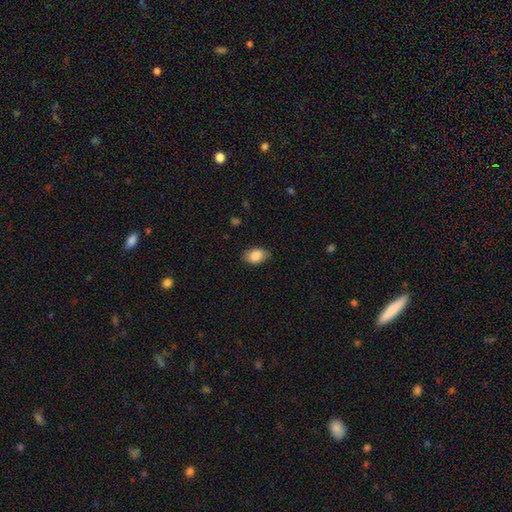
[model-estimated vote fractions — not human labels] Overall: smooth (85%). How rounded: in between (85%). Merging: none (81%).